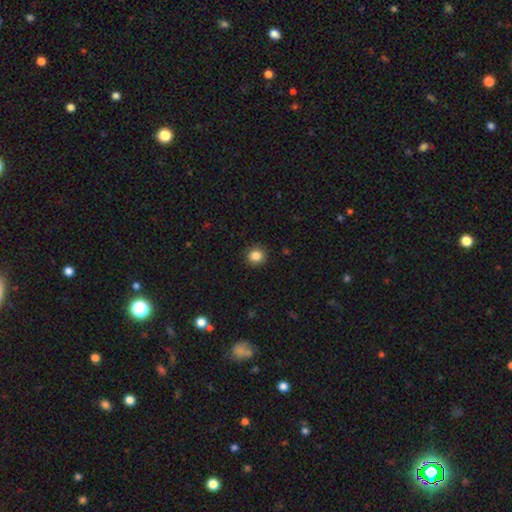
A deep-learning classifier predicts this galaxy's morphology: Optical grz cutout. It shows a smooth galaxy with no disk features (86%) that is round (85%). Merging: none (90%).